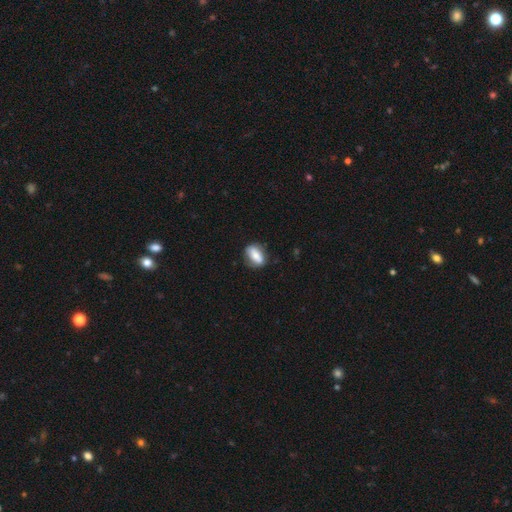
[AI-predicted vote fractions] Smooth or featured? smooth (66%)
How rounded? in between (79%)
Merging? none (75%)